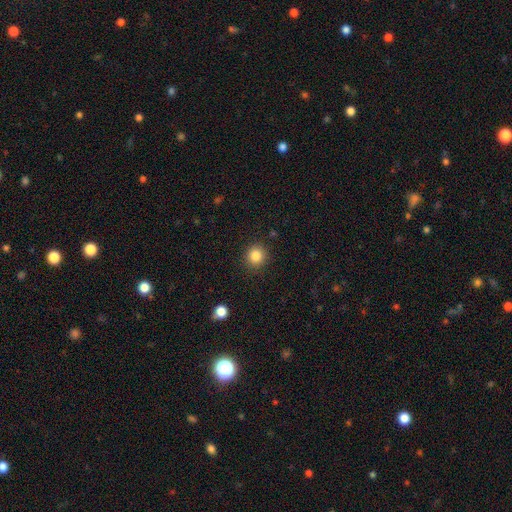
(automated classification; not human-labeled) A smooth galaxy with no disk features (85%) that is round (89%). Merging: none (89%).